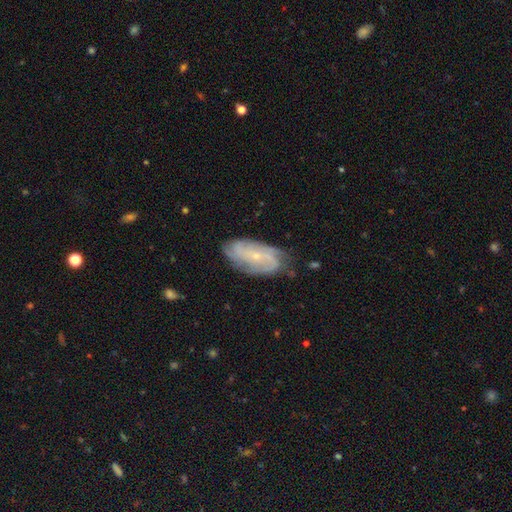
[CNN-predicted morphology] The model was most divided on "spiral arm count": can't tell: 33%, 2: 25%, 3: 19%, 4: 12%, more than 4: 5%, 1: 5%. Remaining: edge-on disk — no (94%); spiral arms — yes (92%); bulge size — small (79%); smooth or featured — featured or disk (76%); merging — none (74%); bar — no (64%); spiral winding — tight (48%).